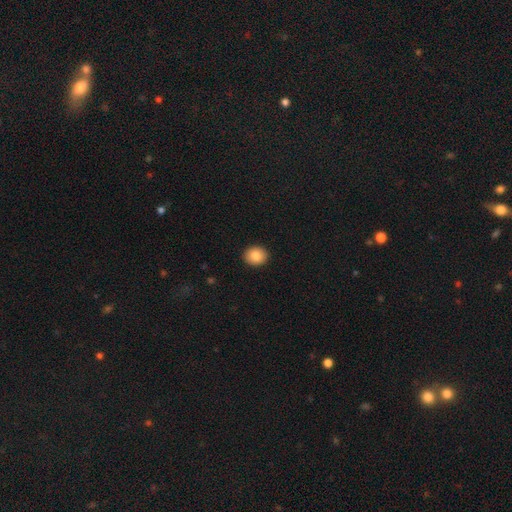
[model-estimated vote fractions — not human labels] This is clearly a smooth galaxy (84%). How rounded: likely round (69%). Merging: clearly none (92%).